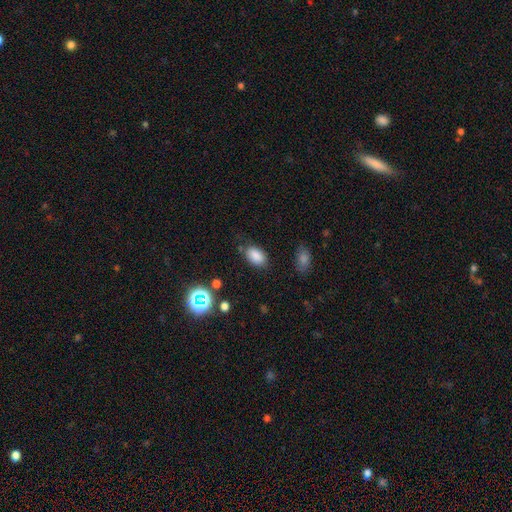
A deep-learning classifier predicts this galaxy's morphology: Smooth or featured? Predicted: smooth (p=0.84). How rounded? Predicted: in between (p=0.89). Merging? Predicted: none (p=0.76).